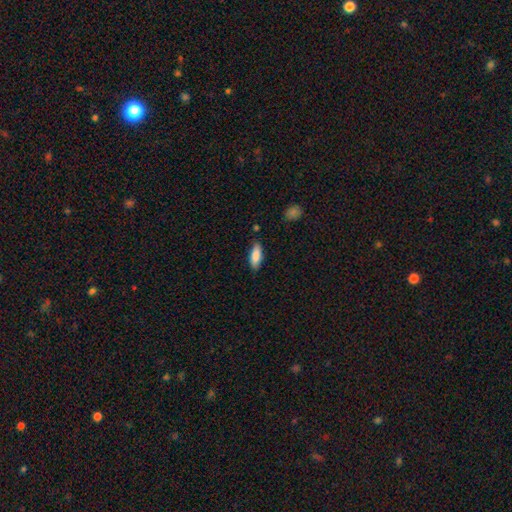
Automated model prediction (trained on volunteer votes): Overall: smooth (87%). How rounded: in between (69%; cigar-shaped 29%). Merging: none (83%).